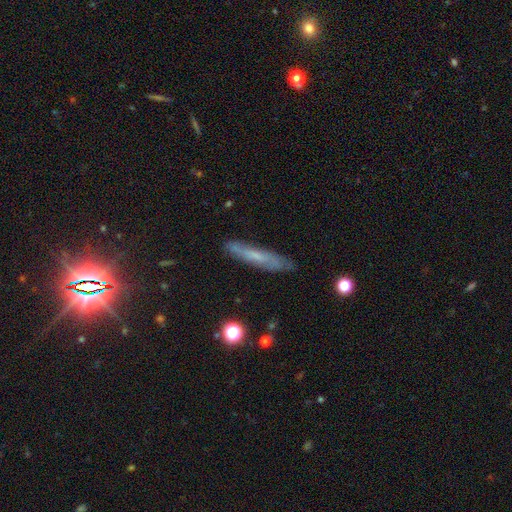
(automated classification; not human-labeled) A smooth galaxy with no disk features (47%).

Vote fractions:
- Smooth or featured? smooth: 47% / featured or disk: 44% / star or artifact: 9%
- Merging? none: 80% / minor disturbance: 15% / major disturbance: 3% / merger: 2%